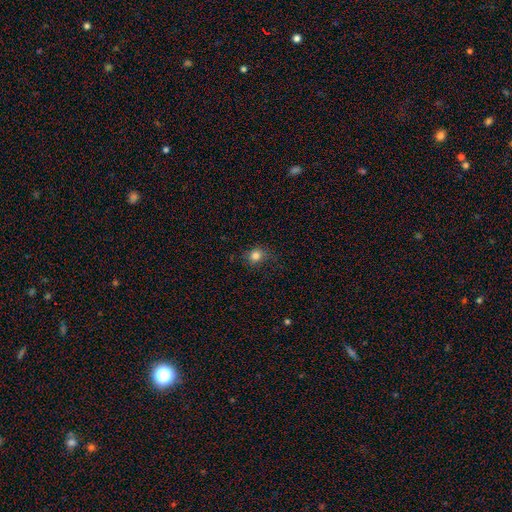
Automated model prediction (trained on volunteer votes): The model was most divided on "how rounded": round: 73%, in between: 26%, cigar-shaped: 1%. More confident: smooth or featured — smooth (82%); merging — none (76%).